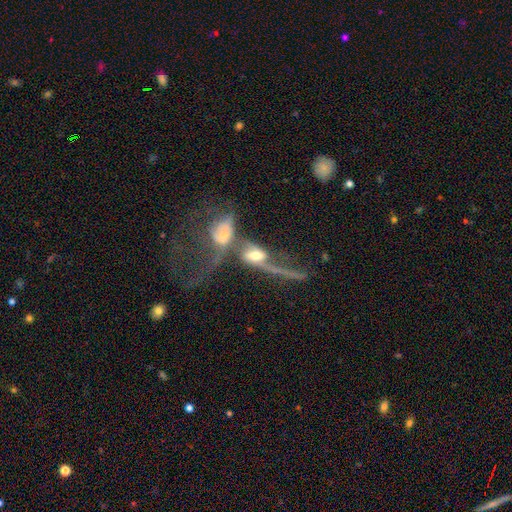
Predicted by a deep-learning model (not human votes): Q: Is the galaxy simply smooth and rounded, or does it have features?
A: featured or disk — 72%.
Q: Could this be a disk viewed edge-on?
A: no — 84%.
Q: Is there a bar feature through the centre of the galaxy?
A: no — 45%.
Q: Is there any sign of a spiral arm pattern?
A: yes — 80%.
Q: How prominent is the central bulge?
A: moderate — 58%.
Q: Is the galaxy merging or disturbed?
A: merger — 74%.